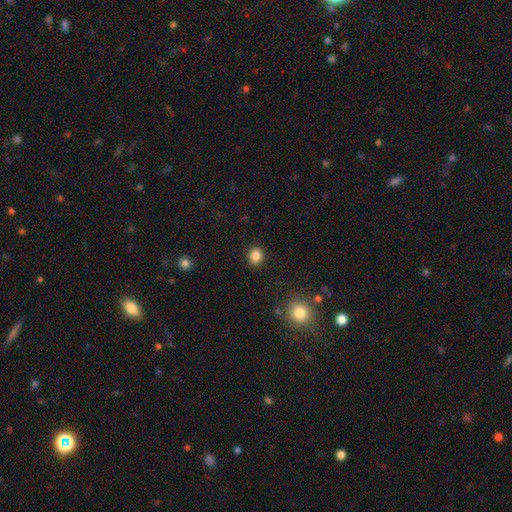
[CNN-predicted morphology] type=smooth (85%); roundness=round (69%); merging=none (89%).